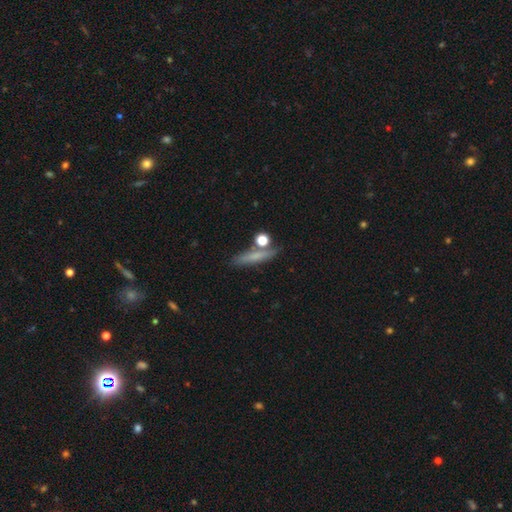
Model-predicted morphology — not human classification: smooth-or-featured: smooth: 66% | featured or disk: 24% | star or artifact: 11%
  how-rounded: cigar-shaped: 75% | in between: 15% | round: 10%
  merging: none: 72% | minor disturbance: 13% | merger: 10% | major disturbance: 5%